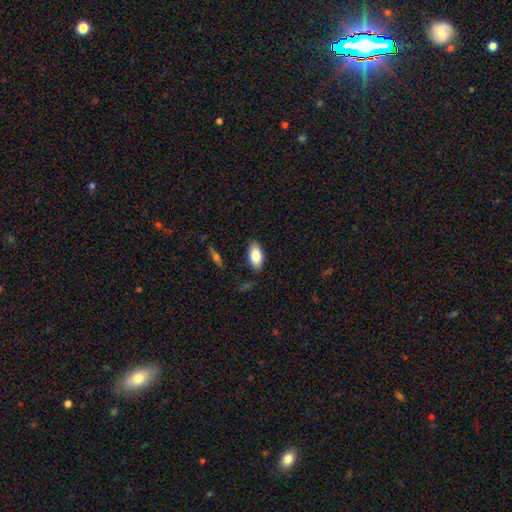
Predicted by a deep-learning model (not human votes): Morphology: type=smooth (82%); roundness=in between (91%); merging=none (84%).